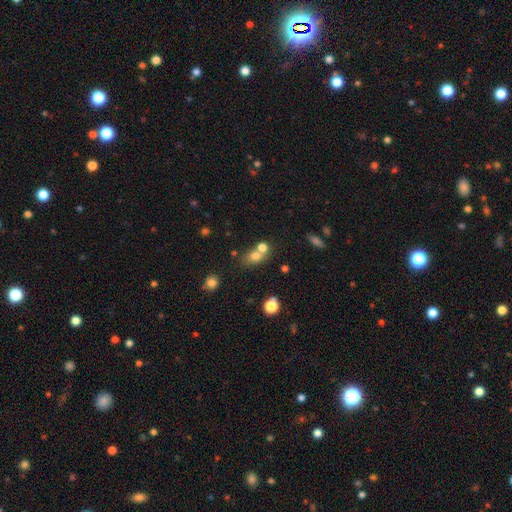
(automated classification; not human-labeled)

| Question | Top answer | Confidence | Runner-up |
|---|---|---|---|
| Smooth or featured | smooth | 73% | star or artifact (15%) |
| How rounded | round | 52% | in between (46%) |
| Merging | merger | 45% | none (42%) |